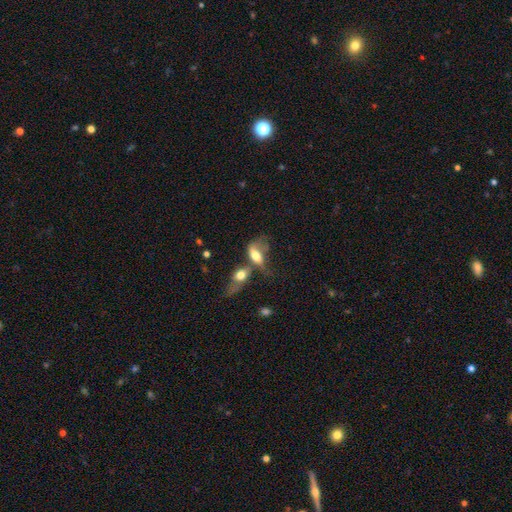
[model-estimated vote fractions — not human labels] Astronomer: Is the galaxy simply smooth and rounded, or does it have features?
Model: smooth — 63%.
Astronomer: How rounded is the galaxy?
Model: in between — 85%.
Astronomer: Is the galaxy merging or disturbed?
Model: merger — 57%.